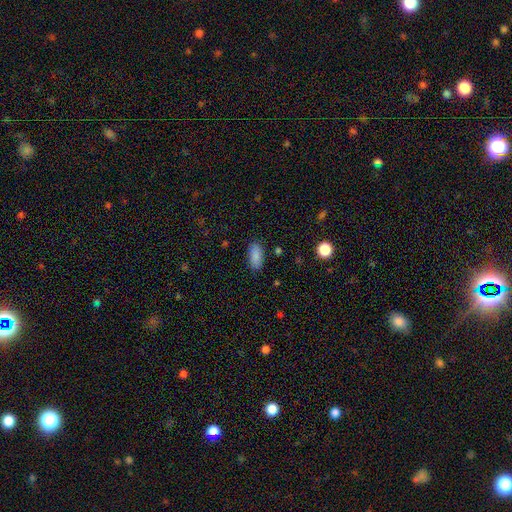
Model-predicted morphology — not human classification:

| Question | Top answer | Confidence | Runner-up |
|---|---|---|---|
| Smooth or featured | smooth | 88% | star or artifact (8%) |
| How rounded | in between | 90% | cigar-shaped (7%) |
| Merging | none | 87% | minor disturbance (10%) |